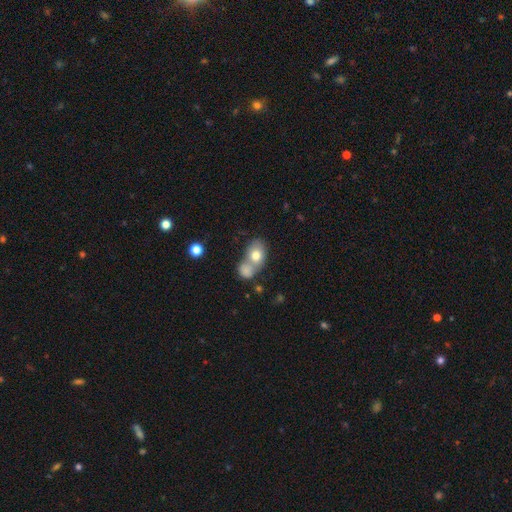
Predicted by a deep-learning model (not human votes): Overall: smooth (75%). How rounded: in between (68%; round 31%). Merging: merger (59%; none 28%).